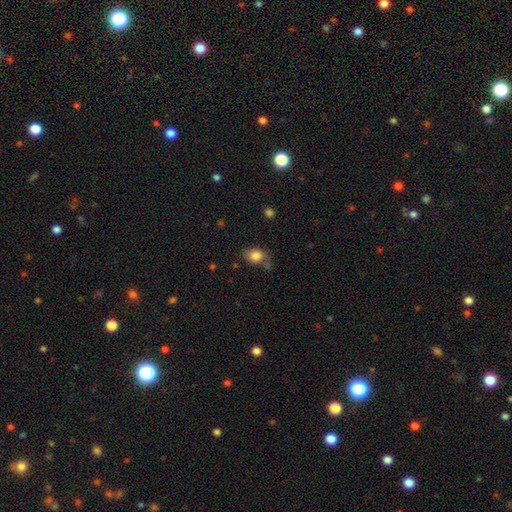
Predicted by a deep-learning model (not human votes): smooth_or_featured: smooth (p=0.82) [alt: star or artifact p=0.09]
how_rounded: in between (p=0.62) [alt: round p=0.36]
merging: none (p=0.61) [alt: minor disturbance p=0.22]